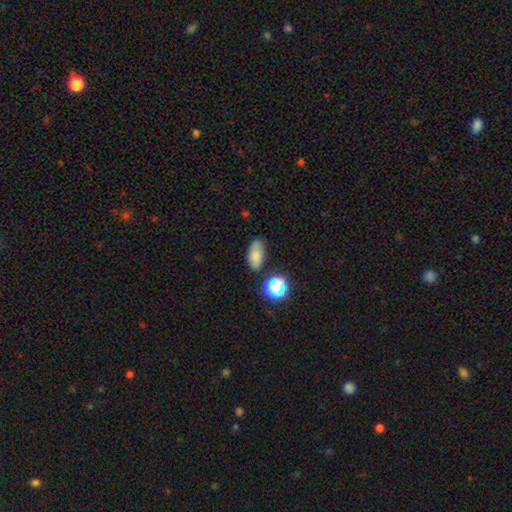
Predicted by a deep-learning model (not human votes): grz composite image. It shows a smooth galaxy with no disk features (75%) that is in between round and cigar-shaped (87%). Merging: none (73%).